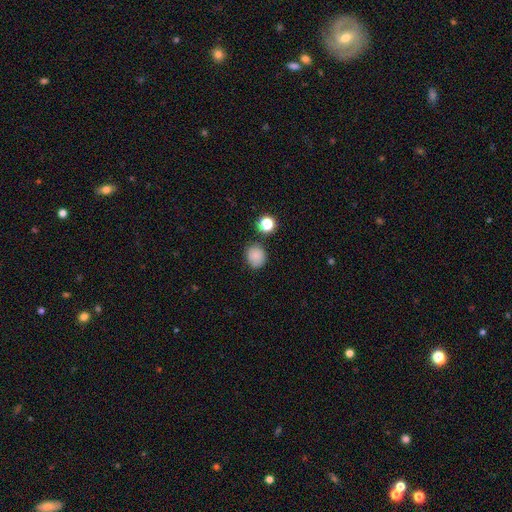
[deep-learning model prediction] Morphology: type=smooth (83%); roundness=round (79%); merging=none (81%).